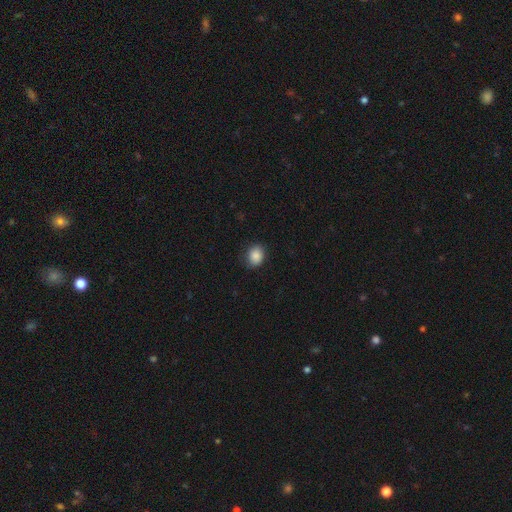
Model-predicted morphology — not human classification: A smooth galaxy with no disk features (88%) that is round (51%). Merging: none (81%).